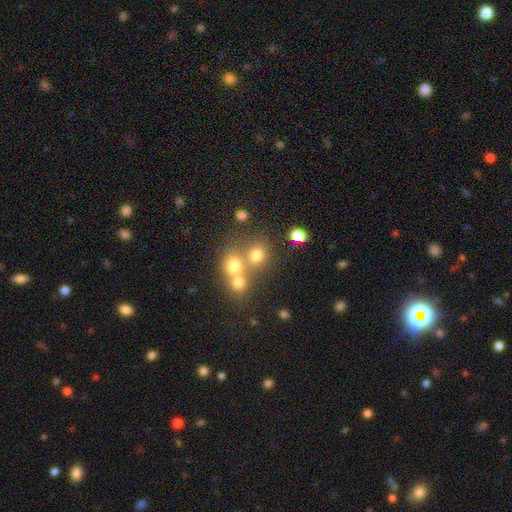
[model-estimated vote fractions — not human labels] A smooth galaxy with no disk features (66%) that is round (81%). Merging: merger (46%).